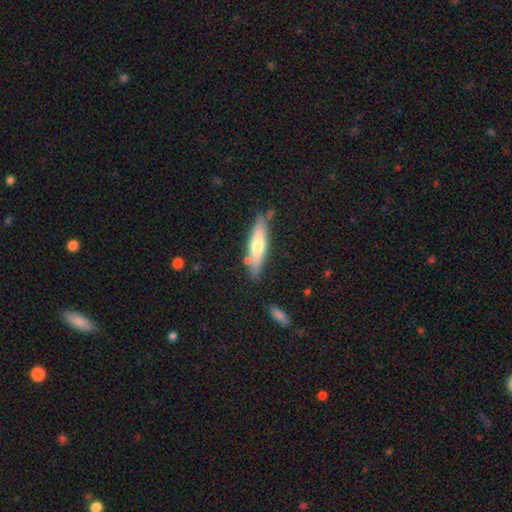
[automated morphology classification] This appears to be a smooth galaxy with no disk features (55%) that is cigar-shaped (70%). Merging: none (77%).